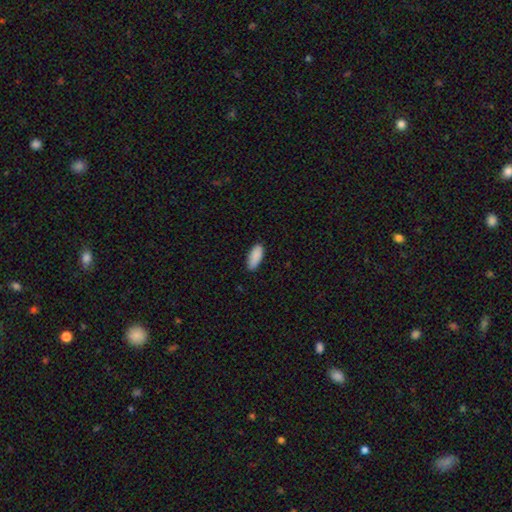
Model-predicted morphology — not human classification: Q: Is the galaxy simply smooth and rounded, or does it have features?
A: smooth — 90%.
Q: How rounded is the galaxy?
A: in between — 84%.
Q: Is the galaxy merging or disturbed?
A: none — 84%.